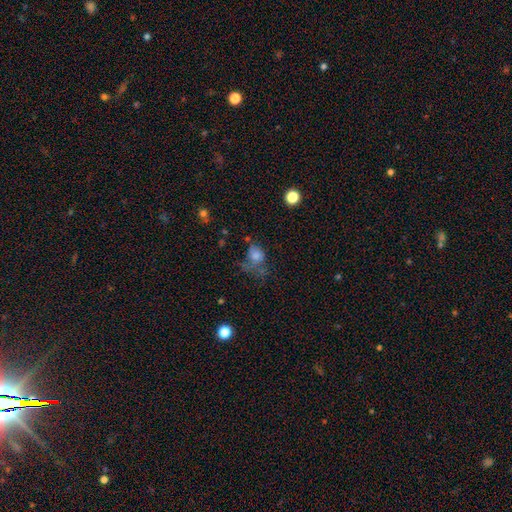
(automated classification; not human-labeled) smooth_or_featured: smooth (p=0.60) [alt: featured or disk p=0.22]
how_rounded: in between (p=0.50) [alt: round p=0.48]
merging: major disturbance (p=0.41) [alt: none p=0.30]